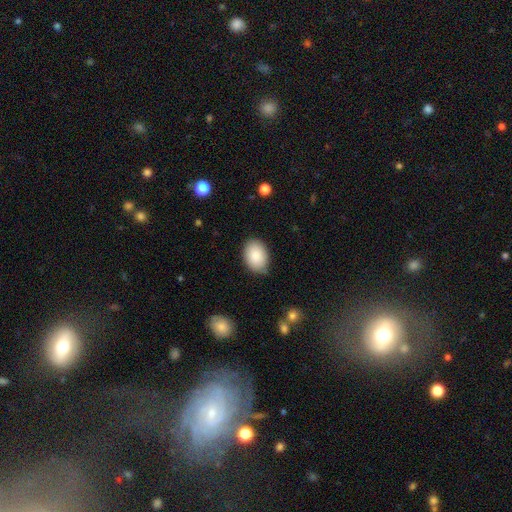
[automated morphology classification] smooth 88%, star or artifact 6%, featured or disk 6%. Down the decision tree: how rounded — in between (86%); merging — none (80%).